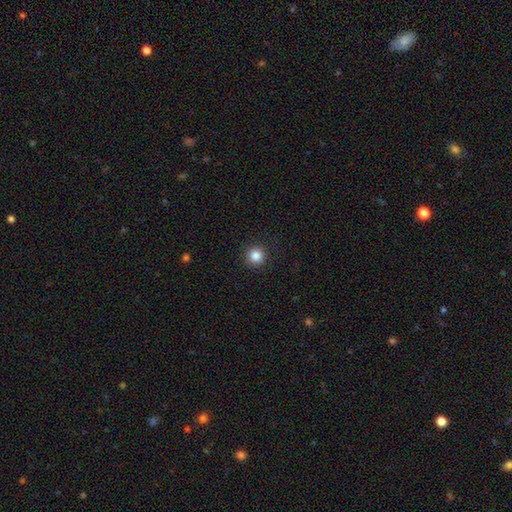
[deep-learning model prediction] smooth 85%, star or artifact 11%, featured or disk 4%. Down the decision tree: how rounded — round (94%); merging — none (92%).